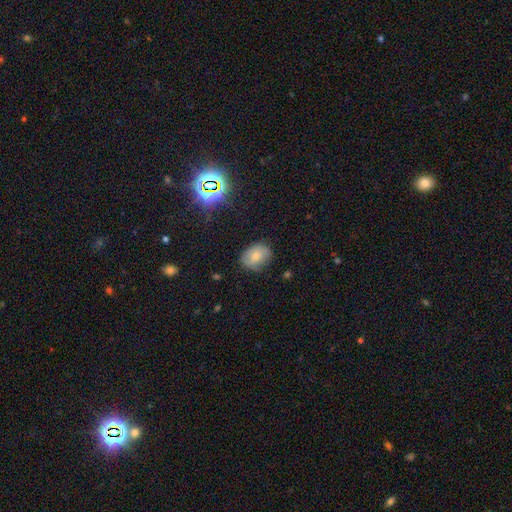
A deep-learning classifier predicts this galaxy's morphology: smooth 67%, featured or disk 22%, star or artifact 11%. Down the decision tree: how rounded — in between (68%); merging — none (75%).